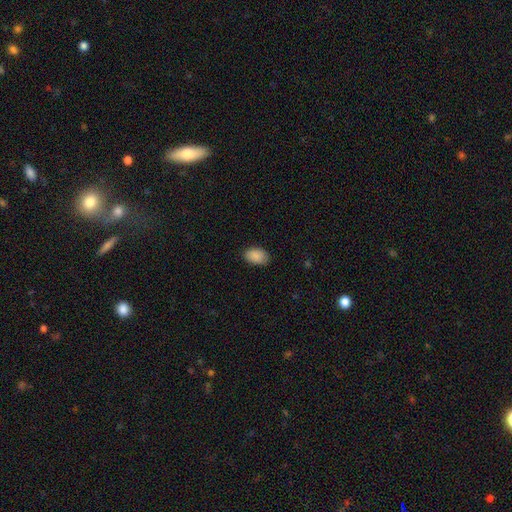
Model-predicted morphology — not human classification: Smooth or featured?
  - smooth: 89% *
  - star or artifact: 7%
  - featured or disk: 3%
How rounded?
  - in between: 86% *
  - round: 13%
  - cigar-shaped: 1%
Merging?
  - none: 83% *
  - minor disturbance: 13%
  - major disturbance: 3%
  - merger: 1%